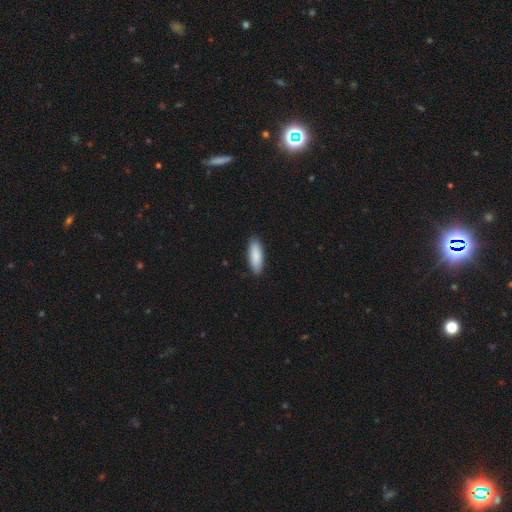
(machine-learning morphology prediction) type=smooth (89%); roundness=in between (62%); merging=none (89%).